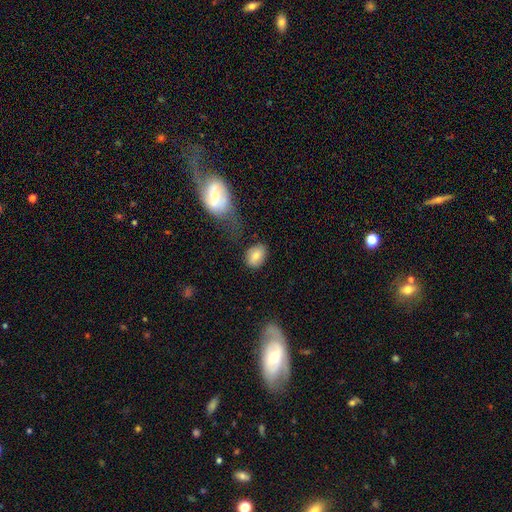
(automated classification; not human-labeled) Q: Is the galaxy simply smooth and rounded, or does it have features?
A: smooth — 79%.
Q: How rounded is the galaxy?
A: in between — 74%.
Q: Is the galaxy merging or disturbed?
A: none — 73%.